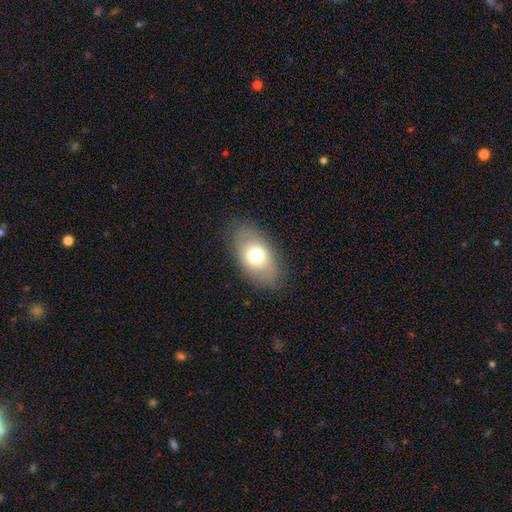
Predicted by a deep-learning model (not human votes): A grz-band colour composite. It shows a smooth galaxy with no disk features (68%) that is in between round and cigar-shaped (90%). Merging: none (82%).